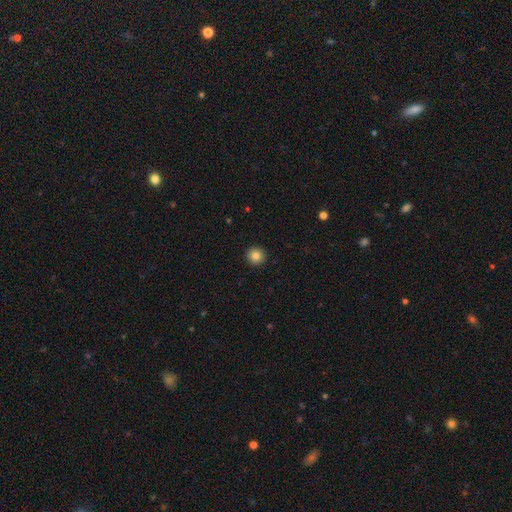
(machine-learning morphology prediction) A smooth galaxy with no disk features (84%) that is round (94%). Merging: none (93%).